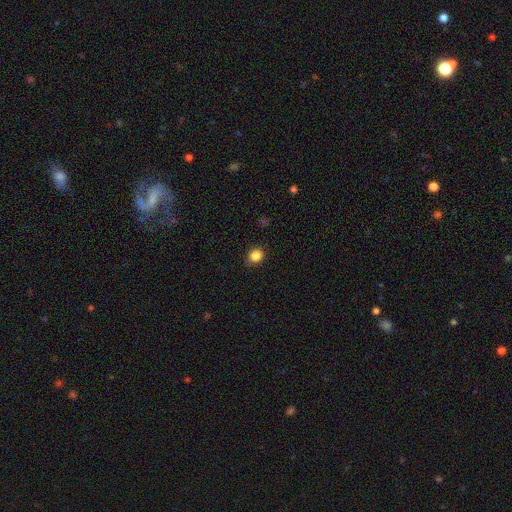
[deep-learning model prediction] This is clearly a smooth galaxy (86%). How rounded: likely round (73%). Merging: clearly none (87%).